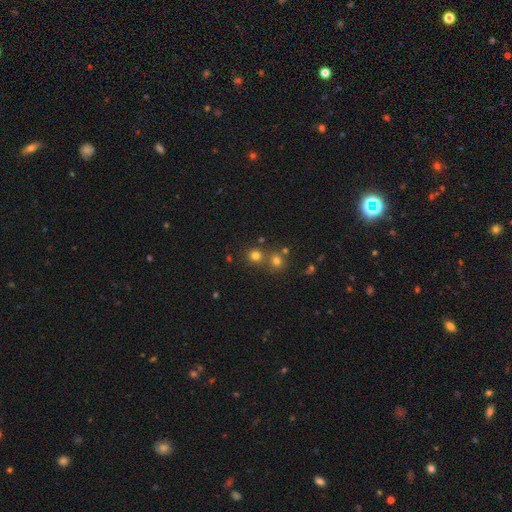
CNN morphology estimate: Smooth or featured? Predicted: smooth (p=0.72). How rounded? Predicted: round (p=0.89). Merging? Predicted: none (p=0.64).